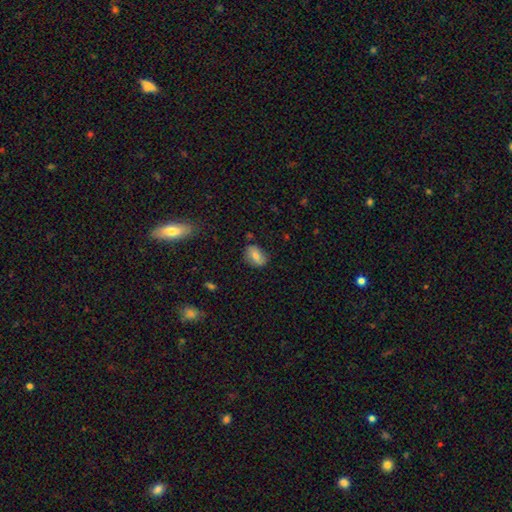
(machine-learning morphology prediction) Smooth or featured? smooth (71%)
How rounded? in between (77%)
Merging? none (77%)